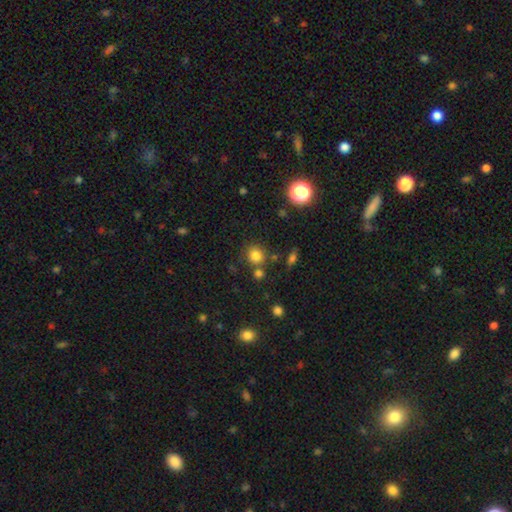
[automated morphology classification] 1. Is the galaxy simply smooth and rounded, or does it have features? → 79% smooth, 15% star or artifact, 6% featured or disk.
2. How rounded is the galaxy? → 84% round, 15% in between, 1% cigar-shaped.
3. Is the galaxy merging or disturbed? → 73% none, 12% merger, 11% minor disturbance, 4% major disturbance.